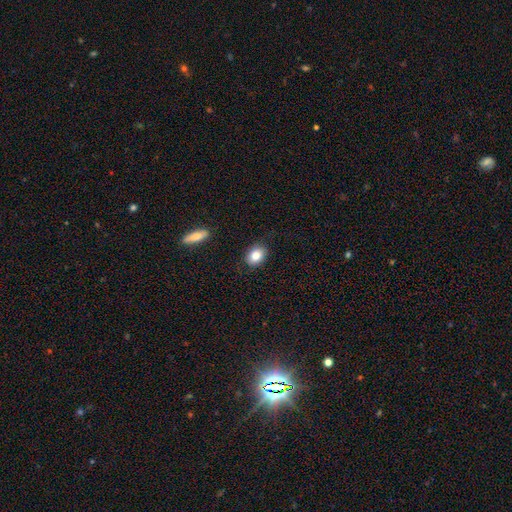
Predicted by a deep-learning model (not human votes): Smooth or featured: smooth — 84% (star or artifact — 8%)
How rounded: in between — 67% (round — 32%)
Merging: none — 85% (minor disturbance — 11%)